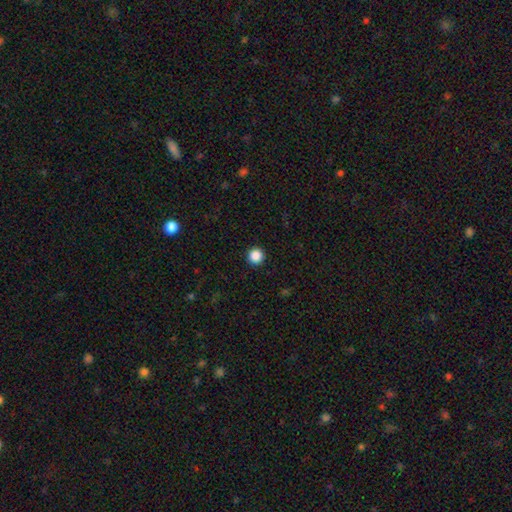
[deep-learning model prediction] Smooth or featured? Predicted: smooth (p=0.87). How rounded? Predicted: round (p=0.96). Merging? Predicted: none (p=0.94).